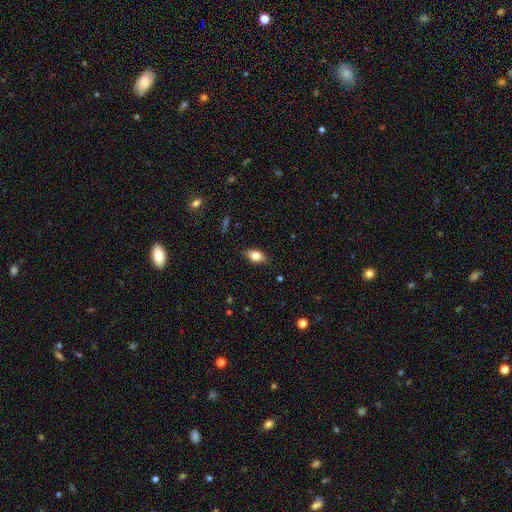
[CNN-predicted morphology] Smooth or featured? smooth (79%)
How rounded? in between (85%)
Merging? none (84%)